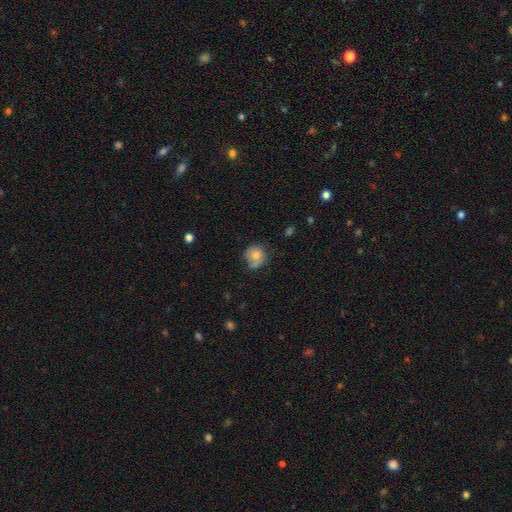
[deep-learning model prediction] Smooth or featured? Predicted: smooth (p=0.71). How rounded? Predicted: round (p=0.79). Merging? Predicted: none (p=0.55).